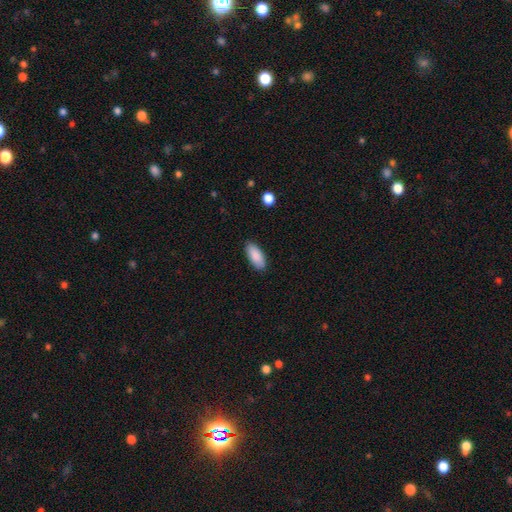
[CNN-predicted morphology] Smooth or featured? Predicted: smooth (p=0.90). How rounded? Predicted: in between (p=0.86). Merging? Predicted: none (p=0.88).